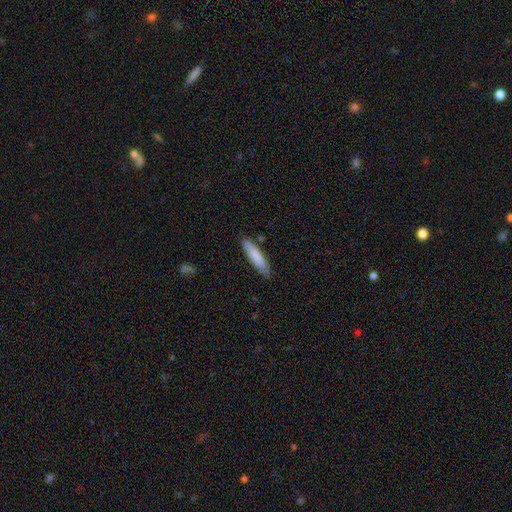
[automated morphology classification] smooth_or_featured: smooth (p=0.81) [alt: featured or disk p=0.13]
how_rounded: cigar-shaped (p=0.82) [alt: in between p=0.17]
merging: none (p=0.83) [alt: minor disturbance p=0.13]